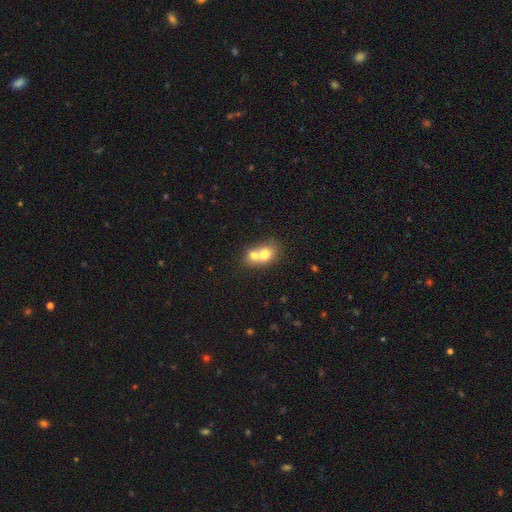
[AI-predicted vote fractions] This appears to be a smooth galaxy with no disk features (68%) that is round (55%). Merging: merger (73%).